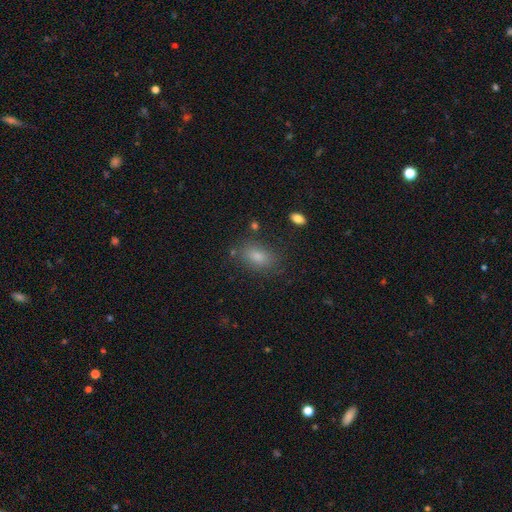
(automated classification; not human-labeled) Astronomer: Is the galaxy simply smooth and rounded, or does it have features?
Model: smooth — 75%.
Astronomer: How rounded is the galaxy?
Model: in between — 82%.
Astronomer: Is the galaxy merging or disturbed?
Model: none — 80%.